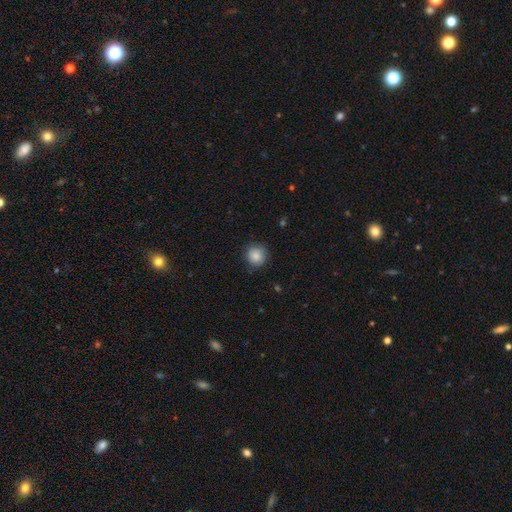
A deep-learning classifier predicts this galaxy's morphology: The model was most divided on "merging": none: 80%, minor disturbance: 16%, major disturbance: 3%, merger: 1%. More confident: how rounded — round (91%); smooth or featured — smooth (84%).